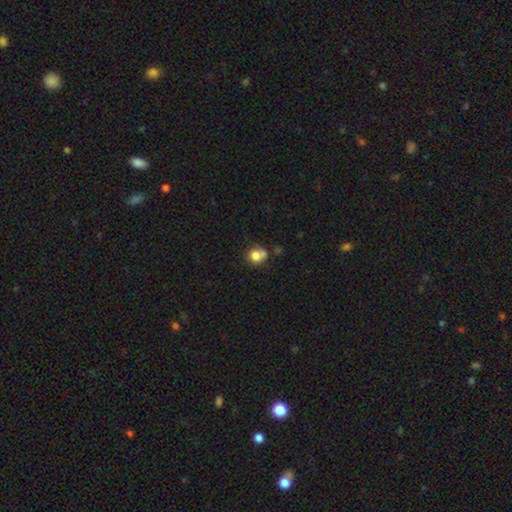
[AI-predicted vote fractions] Smooth or featured?
  - smooth: 78% *
  - featured or disk: 11%
  - star or artifact: 11%
How rounded?
  - round: 78% *
  - in between: 22%
  - cigar-shaped: 1%
Merging?
  - none: 46% *
  - merger: 30%
  - minor disturbance: 17%
  - major disturbance: 7%